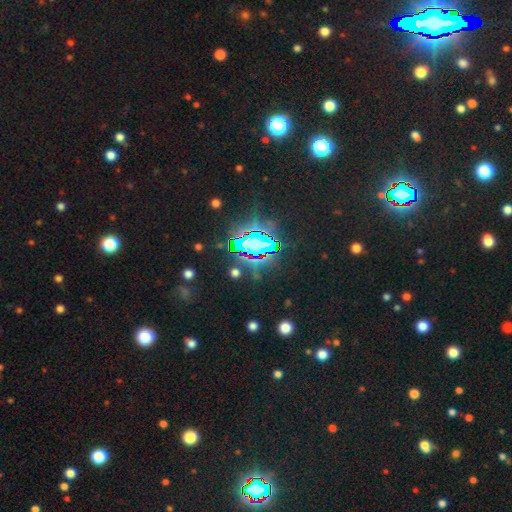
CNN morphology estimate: This is likely a star or artifact rather than a galaxy (70%).